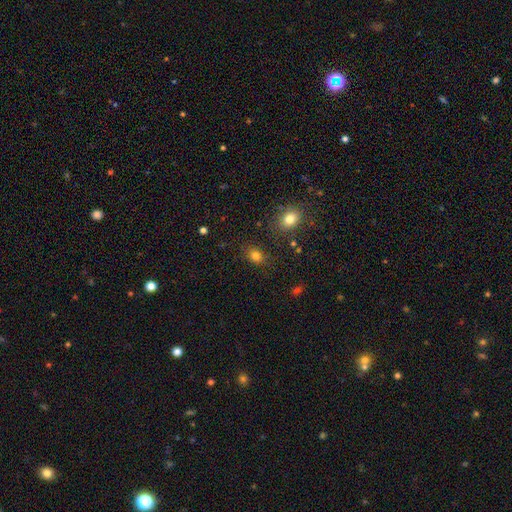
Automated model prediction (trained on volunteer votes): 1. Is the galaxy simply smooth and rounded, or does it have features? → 80% smooth, 14% star or artifact, 6% featured or disk.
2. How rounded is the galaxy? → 51% in between, 47% round, 1% cigar-shaped.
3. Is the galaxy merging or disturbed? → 82% none, 12% minor disturbance, 4% major disturbance, 3% merger.